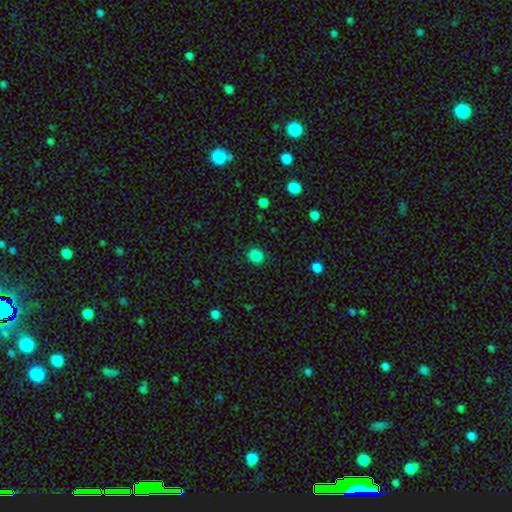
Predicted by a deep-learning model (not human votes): Morphology: type=smooth (85%); roundness=round (75%); merging=none (89%).